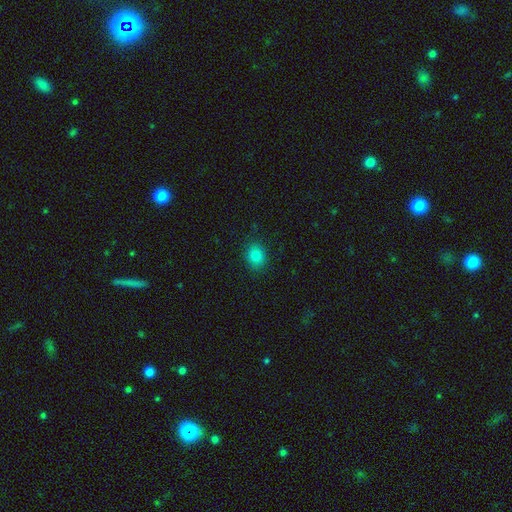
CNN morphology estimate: Overall: smooth (82%). How rounded: round (56%; in between 43%). Merging: none (88%).